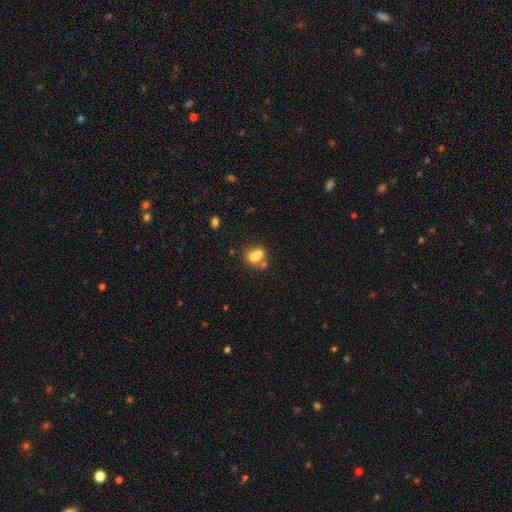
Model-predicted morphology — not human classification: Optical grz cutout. It shows a smooth galaxy with no disk features (64%) that is round (70%). Merging: merger (59%).